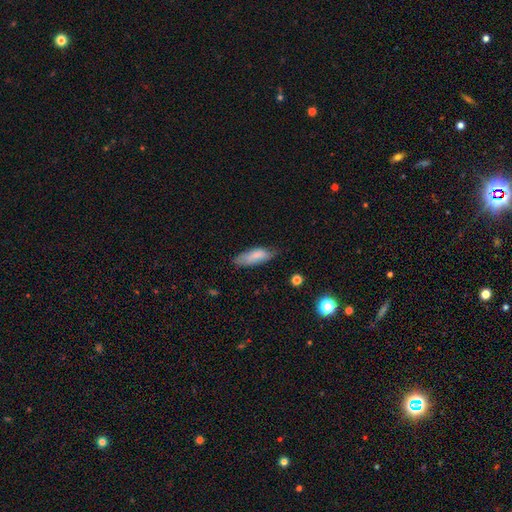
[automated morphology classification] This is clearly a smooth galaxy (81%). How rounded: likely in between (62%). Merging: likely none (62%).